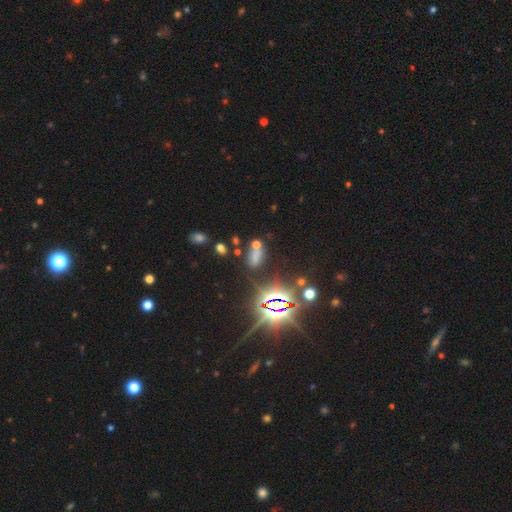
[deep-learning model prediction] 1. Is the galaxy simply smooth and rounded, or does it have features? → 52% smooth, 37% star or artifact, 12% featured or disk.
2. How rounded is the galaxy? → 79% in between, 11% cigar-shaped, 10% round.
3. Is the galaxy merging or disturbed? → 51% none, 26% merger, 15% minor disturbance, 8% major disturbance.